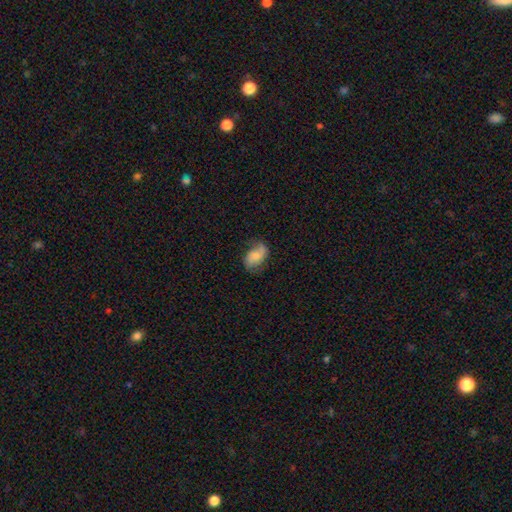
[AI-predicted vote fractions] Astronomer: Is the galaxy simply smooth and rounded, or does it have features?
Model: smooth — 56% (runner-up: featured or disk, 36%).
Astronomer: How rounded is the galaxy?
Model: in between — 89%.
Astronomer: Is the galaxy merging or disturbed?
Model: none — 63%.